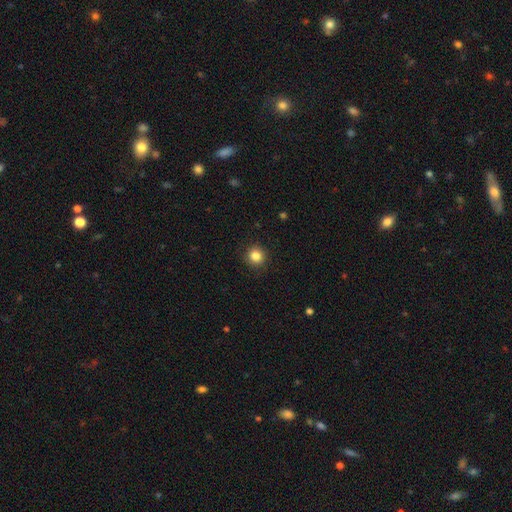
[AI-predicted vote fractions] Smooth or featured?
  - smooth: 84% *
  - star or artifact: 11%
  - featured or disk: 5%
How rounded?
  - round: 92% *
  - in between: 7%
  - cigar-shaped: 1%
Merging?
  - none: 91% *
  - minor disturbance: 6%
  - major disturbance: 2%
  - merger: 1%